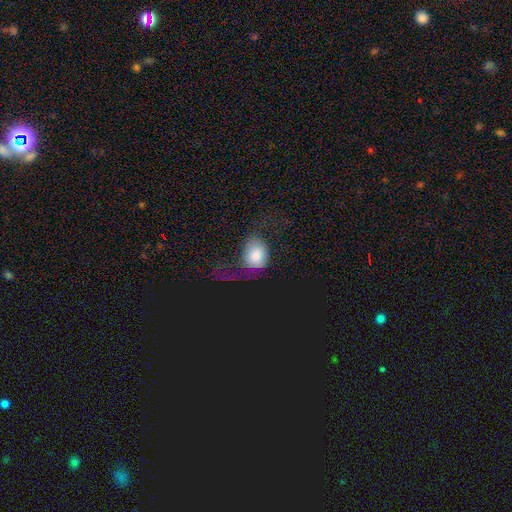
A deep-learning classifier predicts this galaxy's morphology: Smooth or featured? smooth (67%)
How rounded? round (52%)
Merging? major disturbance (46%)